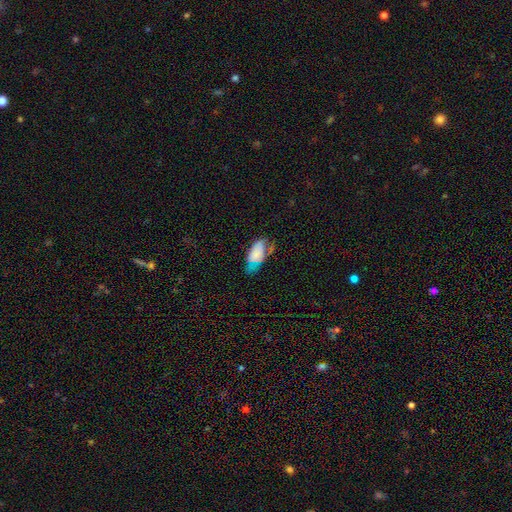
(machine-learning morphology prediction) Smooth or featured? smooth (70%)
How rounded? in between (92%)
Merging? none (40%)